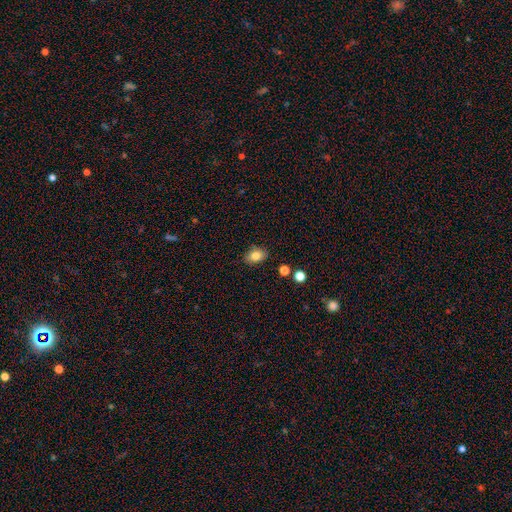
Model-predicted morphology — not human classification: Smooth or featured? smooth (82%)
How rounded? in between (76%)
Merging? none (83%)